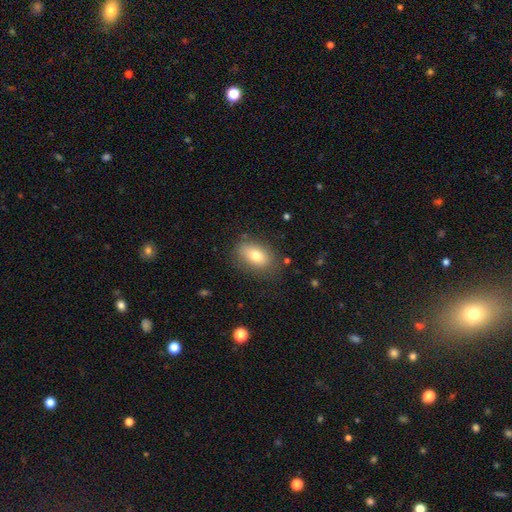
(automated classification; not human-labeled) A smooth galaxy with no disk features (76%) that is in between round and cigar-shaped (86%). Merging: none (79%).